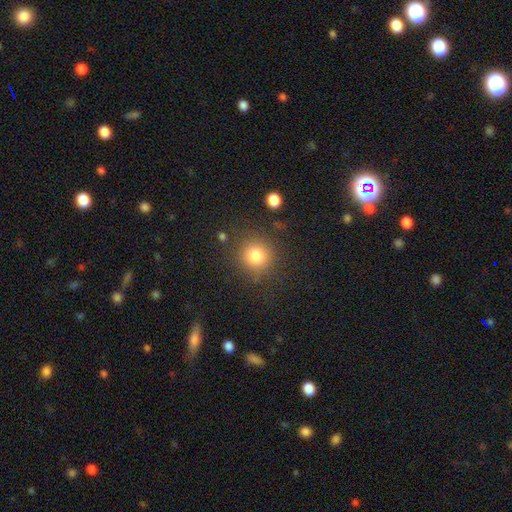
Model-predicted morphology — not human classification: A smooth galaxy with no disk features (81%) that is round (92%). Merging: none (84%).